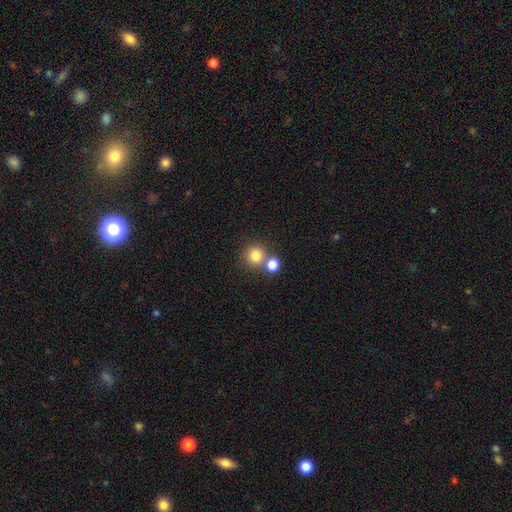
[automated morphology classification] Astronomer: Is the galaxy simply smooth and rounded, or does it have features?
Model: smooth — 80%.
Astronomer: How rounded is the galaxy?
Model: round — 91%.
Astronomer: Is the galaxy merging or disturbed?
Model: none — 58%.